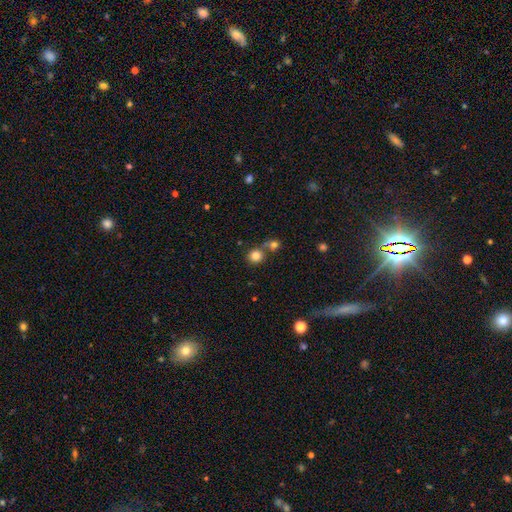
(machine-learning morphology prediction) smooth 82%, star or artifact 11%, featured or disk 7%. Down the decision tree: how rounded — round (89%); merging — none (60%).